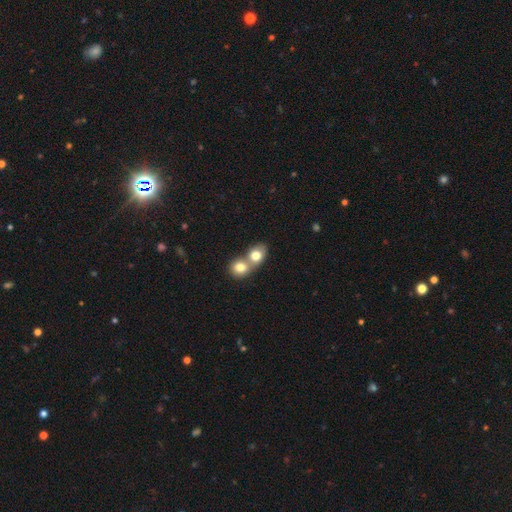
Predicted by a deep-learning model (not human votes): This appears to be a smooth galaxy with no disk features (76%) that is round (56%). Merging: merger (71%).